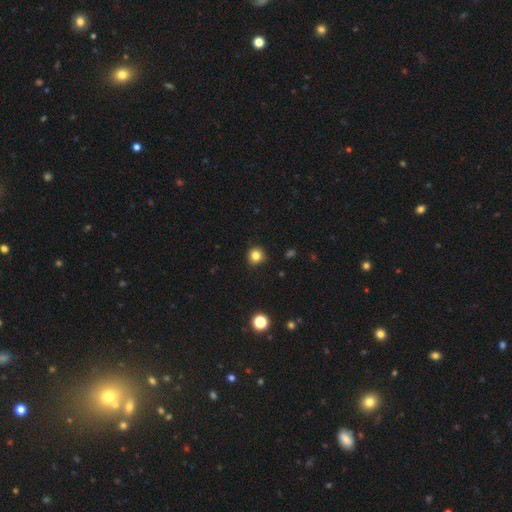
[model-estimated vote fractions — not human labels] A smooth galaxy with no disk features (83%) that is round (91%). Merging: none (89%).